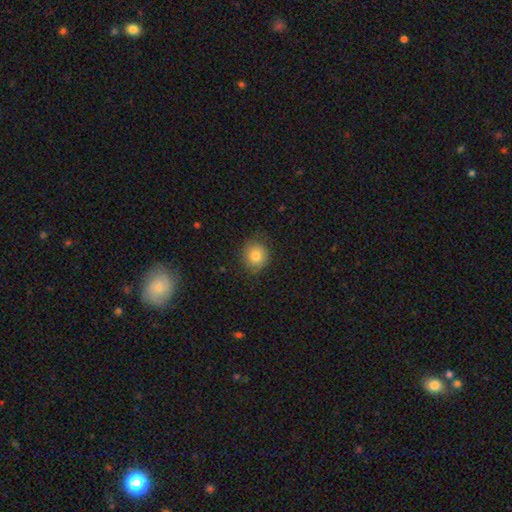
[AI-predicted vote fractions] Q: Smooth or featured?
A: smooth (80%); runner-up: featured or disk (11%)
Q: How rounded?
A: round (83%); runner-up: in between (16%)
Q: Merging?
A: none (80%); runner-up: minor disturbance (16%)